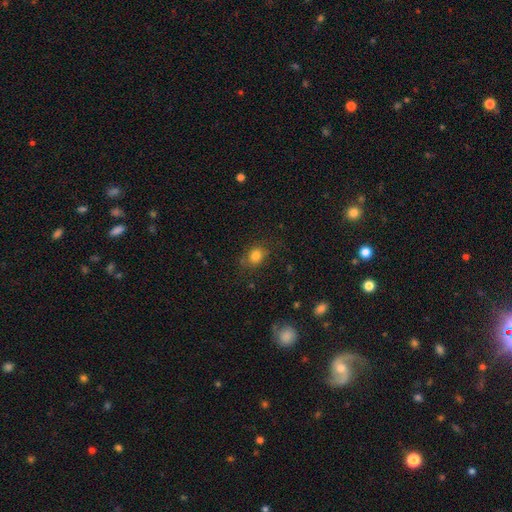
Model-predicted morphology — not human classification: The model was most divided on "how rounded": round: 54%, in between: 45%, cigar-shaped: 1%. More confident: smooth or featured — smooth (81%); merging — none (75%).